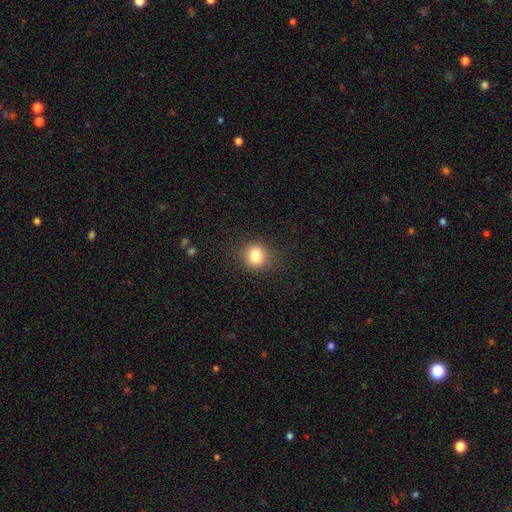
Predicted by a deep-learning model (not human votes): This is clearly a smooth galaxy (82%). How rounded: clearly round (84%). Merging: clearly none (88%).